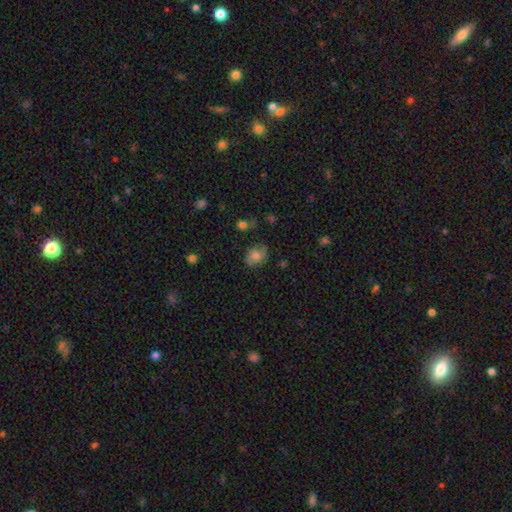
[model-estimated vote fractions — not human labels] Overall: smooth (60%; featured or disk 30%). How rounded: in between (59%; round 40%). Merging: none (73%).